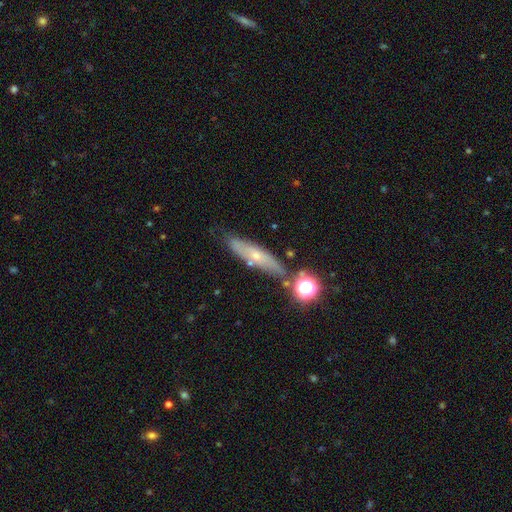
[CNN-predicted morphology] Q: Smooth or featured?
A: smooth (45%); runner-up: featured or disk (43%)
Q: Merging?
A: none (71%); runner-up: minor disturbance (17%)